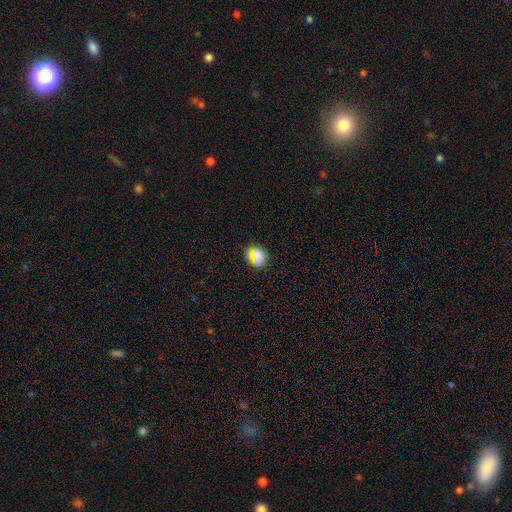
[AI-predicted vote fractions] Smooth or featured?
  - smooth: 68% *
  - star or artifact: 24%
  - featured or disk: 8%
How rounded?
  - round: 55% *
  - in between: 41%
  - cigar-shaped: 5%
Merging?
  - none: 78% *
  - minor disturbance: 12%
  - merger: 5%
  - major disturbance: 5%